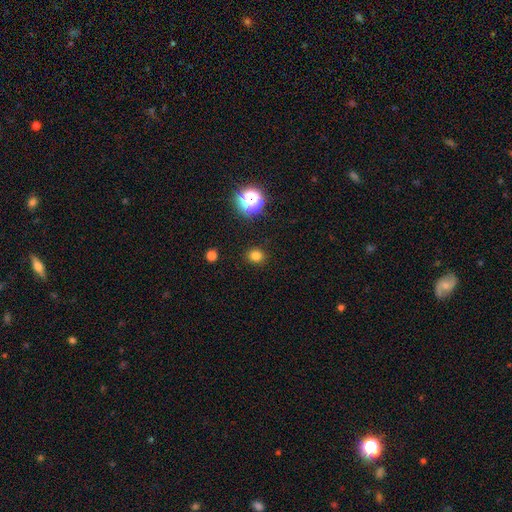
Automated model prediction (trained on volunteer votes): Smooth or featured? Predicted: smooth (p=0.78). How rounded? Predicted: round (p=0.82). Merging? Predicted: none (p=0.90).